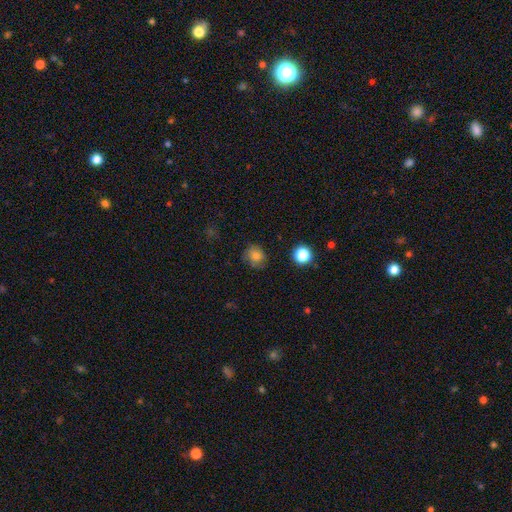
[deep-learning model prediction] A smooth galaxy with no disk features (75%) that is round (80%).

Vote fractions:
- Smooth or featured? smooth: 75% / star or artifact: 13% / featured or disk: 12%
- How rounded? round: 80% / in between: 19% / cigar-shaped: 1%
- Merging? none: 78% / minor disturbance: 17% / major disturbance: 4% / merger: 1%